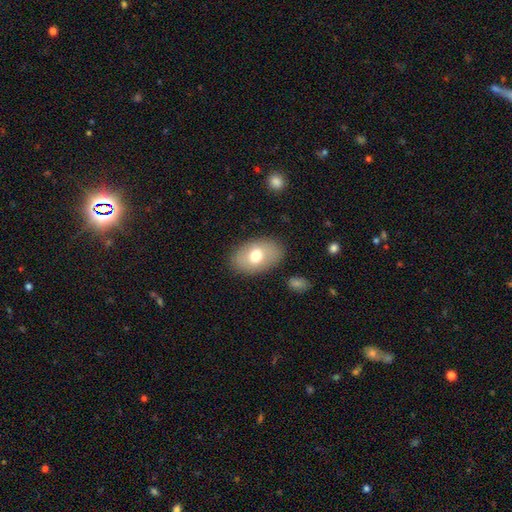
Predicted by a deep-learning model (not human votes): The model was most divided on "smooth or featured": smooth: 70%, featured or disk: 23%, star or artifact: 7%. More confident: how rounded — in between (88%); merging — none (84%).